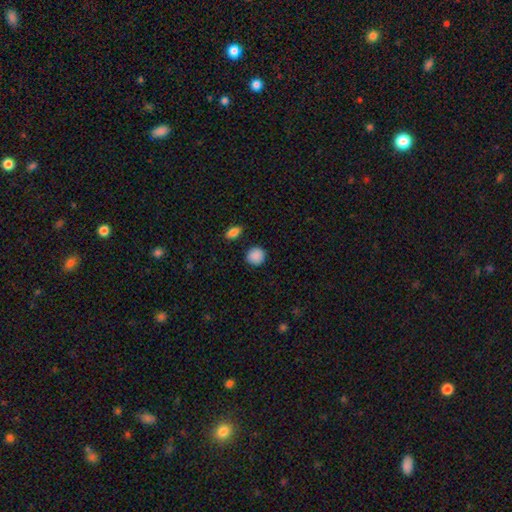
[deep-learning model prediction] This is clearly a smooth galaxy (89%). How rounded: clearly round (90%). Merging: clearly none (89%).